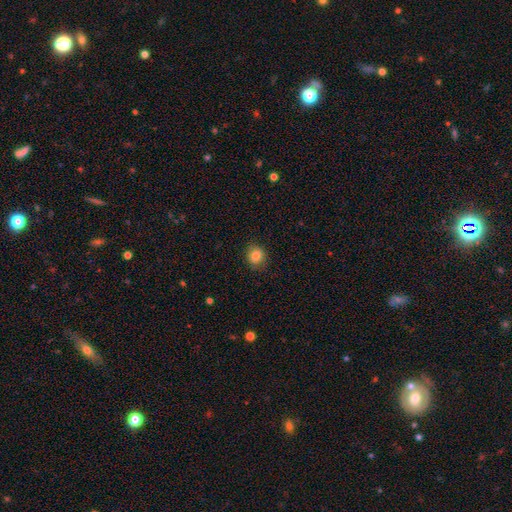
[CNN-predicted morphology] Q: Smooth or featured?
A: smooth (84%); runner-up: star or artifact (10%)
Q: How rounded?
A: round (74%); runner-up: in between (25%)
Q: Merging?
A: none (82%); runner-up: minor disturbance (14%)